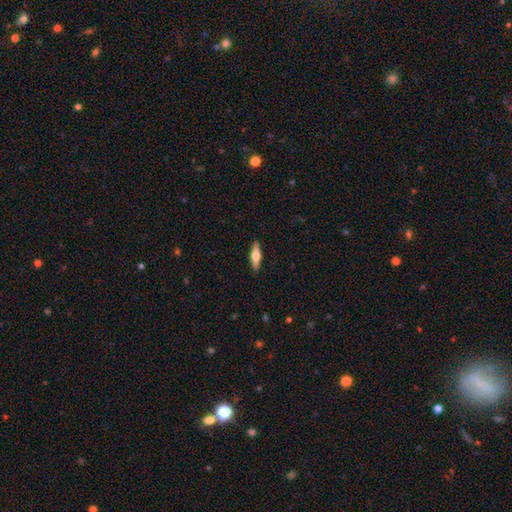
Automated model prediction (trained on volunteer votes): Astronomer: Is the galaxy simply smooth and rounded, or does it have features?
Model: smooth — 51% (runner-up: featured or disk, 43%).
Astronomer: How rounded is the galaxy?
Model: cigar-shaped — 57% (runner-up: in between, 40%).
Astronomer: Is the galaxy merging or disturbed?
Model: none — 90%.